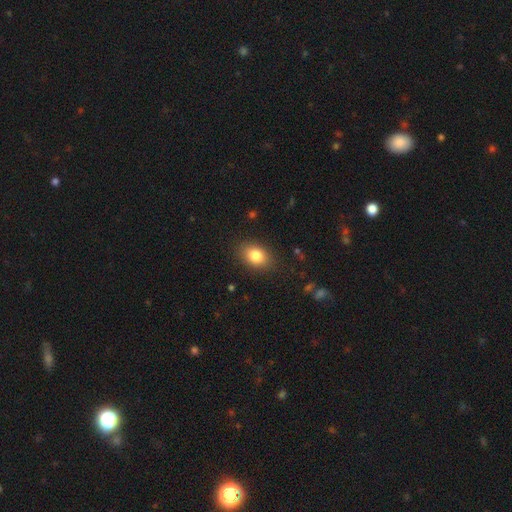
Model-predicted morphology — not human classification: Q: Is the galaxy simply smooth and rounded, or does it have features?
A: smooth — 83%.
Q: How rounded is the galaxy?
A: in between — 76%.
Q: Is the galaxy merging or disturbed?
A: none — 86%.